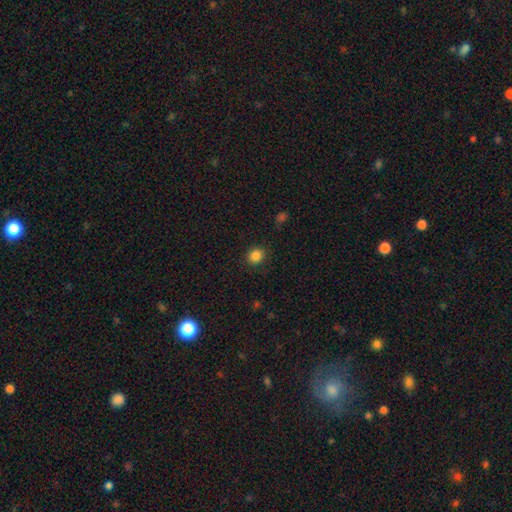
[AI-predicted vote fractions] A smooth galaxy with no disk features (85%) that is round (81%). Merging: none (89%).